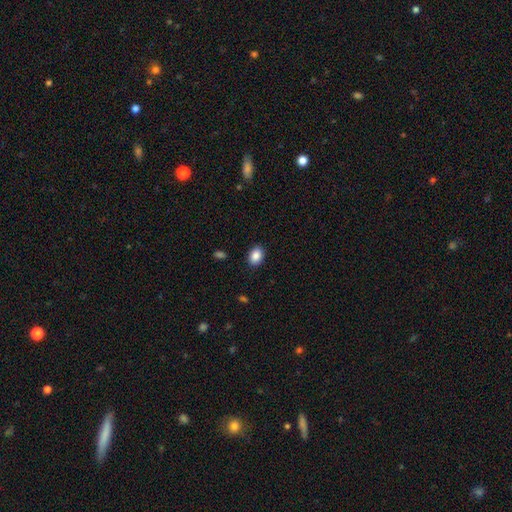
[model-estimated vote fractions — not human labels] Smooth or featured? smooth (88%)
How rounded? in between (78%)
Merging? none (89%)